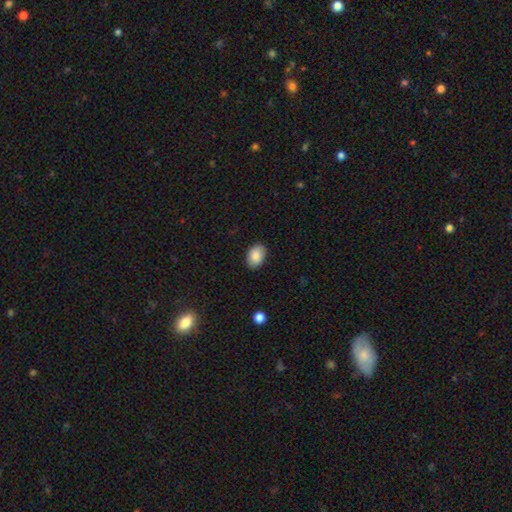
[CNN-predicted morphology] smooth 88%, star or artifact 7%, featured or disk 5%. Down the decision tree: how rounded — in between (83%); merging — none (87%).